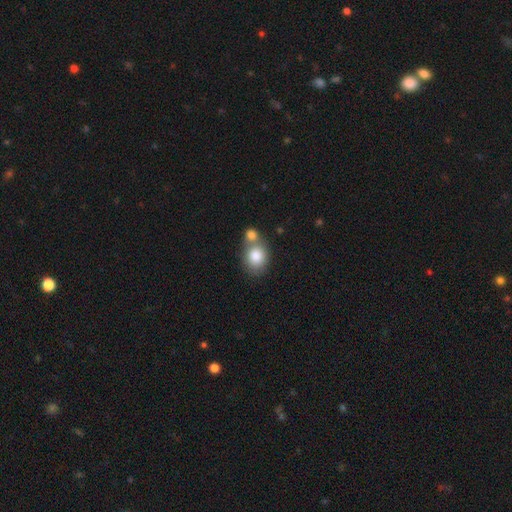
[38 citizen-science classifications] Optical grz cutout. It shows a smooth galaxy with no disk features (89%) that is round (74%). Merging: none (62%).